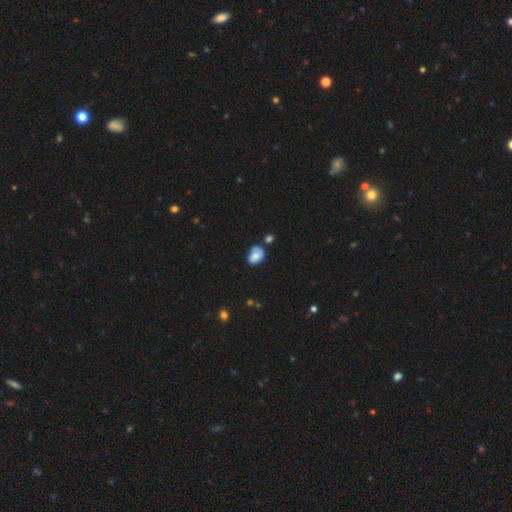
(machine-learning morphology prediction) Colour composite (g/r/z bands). It shows a smooth galaxy with no disk features (64%) that is in between round and cigar-shaped (75%). Merging: none (49%).